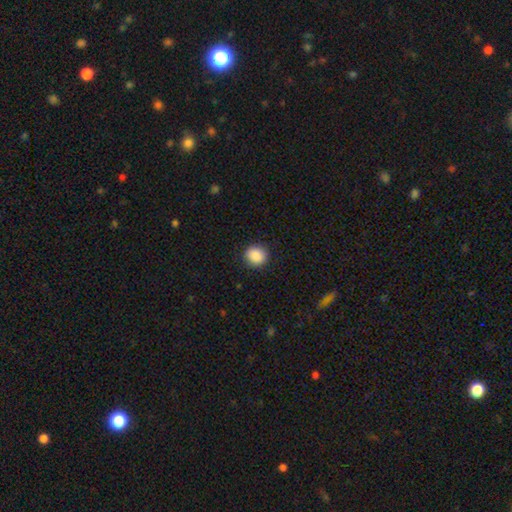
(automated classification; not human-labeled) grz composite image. It shows a smooth galaxy with no disk features (88%) that is round (86%). Merging: none (91%).